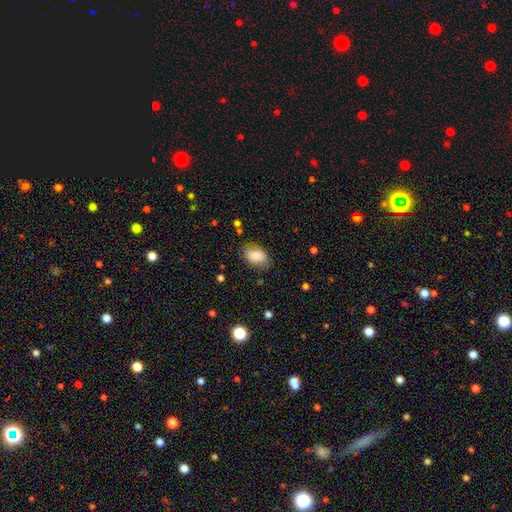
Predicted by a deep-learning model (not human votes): Morphology: type=smooth (85%); roundness=in between (89%); merging=none (77%).